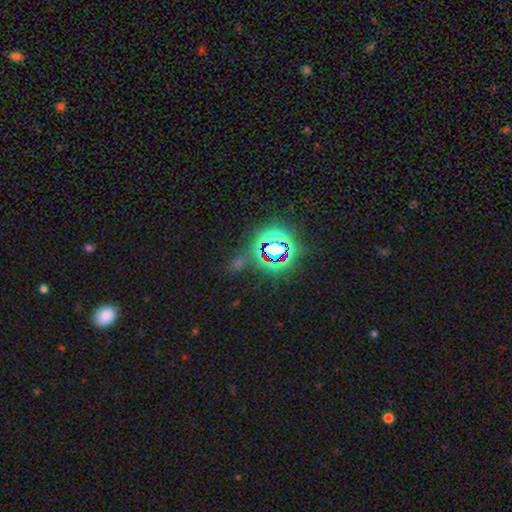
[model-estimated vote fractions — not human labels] smooth-or-featured: star or artifact: 75% | smooth: 18% | featured or disk: 8%